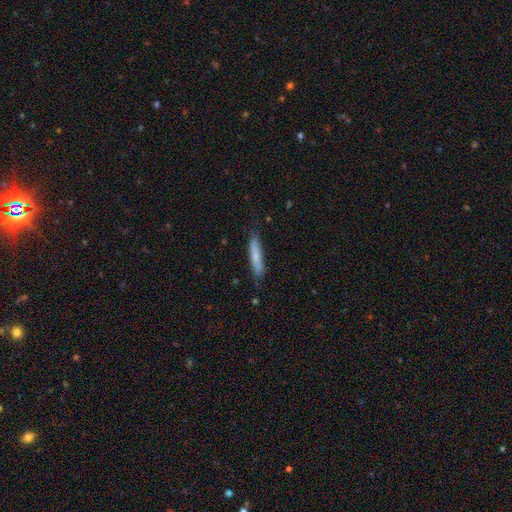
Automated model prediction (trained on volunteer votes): smooth 72%, featured or disk 22%, star or artifact 6%. Down the decision tree: how rounded — cigar-shaped (88%); merging — none (81%).